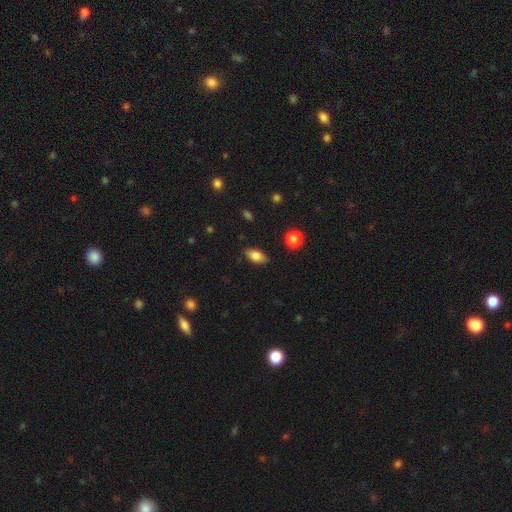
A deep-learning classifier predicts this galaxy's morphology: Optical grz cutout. It shows a smooth galaxy with no disk features (81%) that is in between round and cigar-shaped (89%). Merging: none (85%).